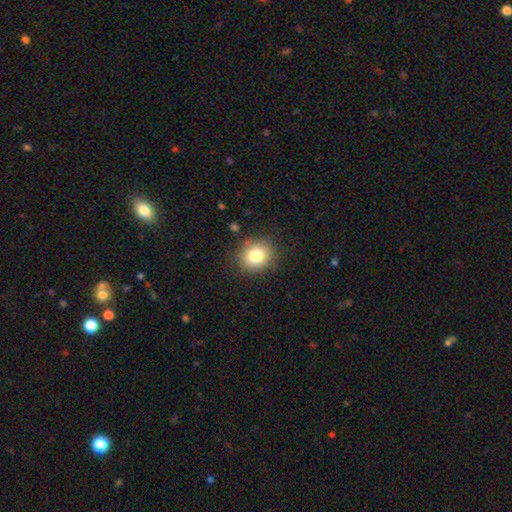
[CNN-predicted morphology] This appears to be a smooth galaxy with no disk features (81%) that is round (75%). Merging: none (86%).